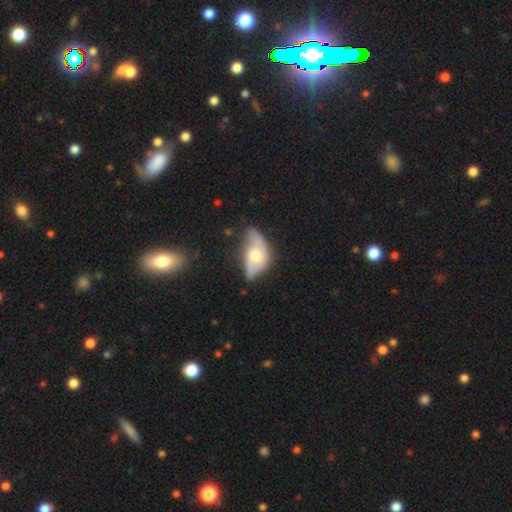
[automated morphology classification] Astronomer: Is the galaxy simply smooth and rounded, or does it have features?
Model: featured or disk — 61%.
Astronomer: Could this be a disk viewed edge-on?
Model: no — 87%.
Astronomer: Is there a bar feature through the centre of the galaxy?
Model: no — 64%.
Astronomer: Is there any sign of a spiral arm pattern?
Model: yes — 76%.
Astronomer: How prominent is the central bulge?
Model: moderate — 64%.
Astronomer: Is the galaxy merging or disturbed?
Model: none — 40% (runner-up: minor disturbance, 34%).